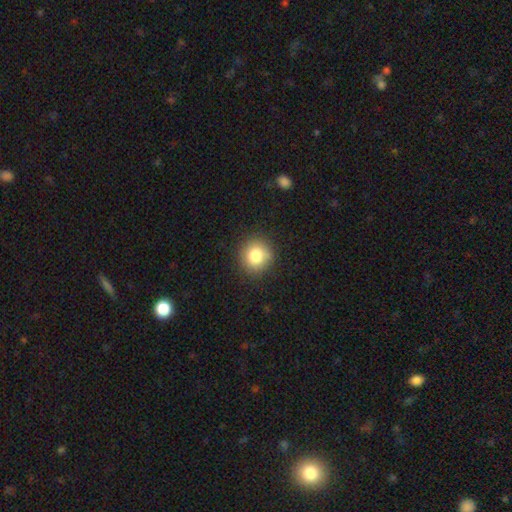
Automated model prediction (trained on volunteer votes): smooth 82%, star or artifact 10%, featured or disk 7%. Down the decision tree: how rounded — round (91%); merging — none (87%).